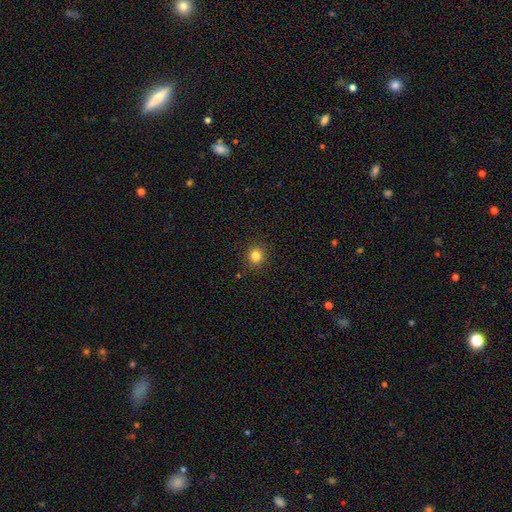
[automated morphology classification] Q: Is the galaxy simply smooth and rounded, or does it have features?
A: smooth — 82%.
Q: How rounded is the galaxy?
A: round — 88%.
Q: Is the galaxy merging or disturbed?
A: none — 90%.